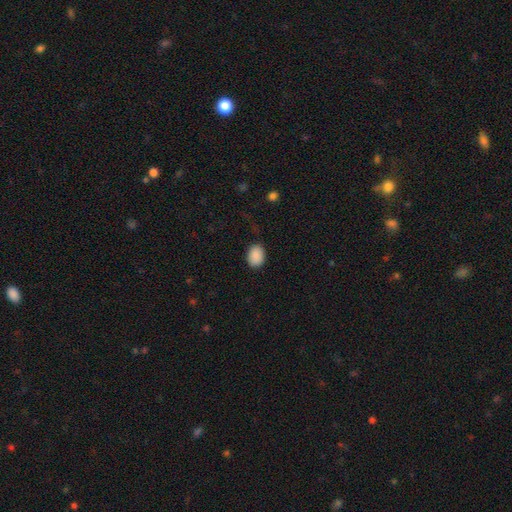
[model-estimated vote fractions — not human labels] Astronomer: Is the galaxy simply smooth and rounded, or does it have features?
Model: smooth — 90%.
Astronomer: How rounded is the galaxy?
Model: in between — 72%.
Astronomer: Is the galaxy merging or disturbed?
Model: none — 83%.